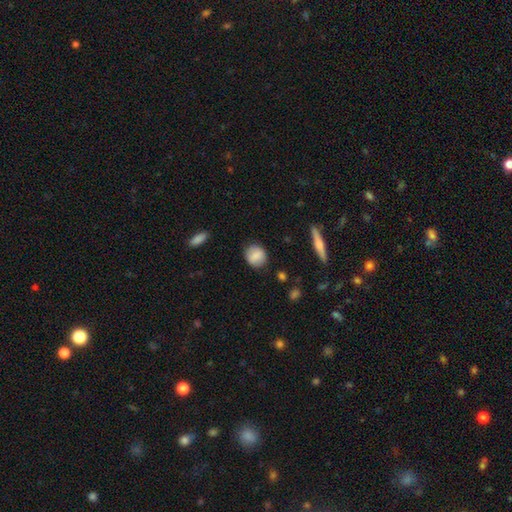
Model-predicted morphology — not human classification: smooth_or_featured: smooth (p=0.79) [alt: featured or disk p=0.14]
how_rounded: round (p=0.73) [alt: in between p=0.25]
merging: none (p=0.85) [alt: minor disturbance p=0.11]